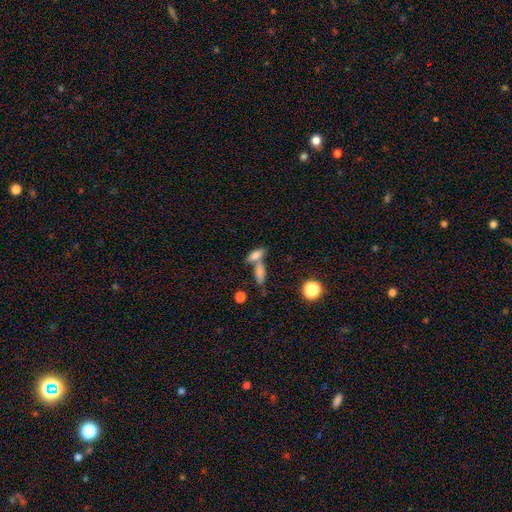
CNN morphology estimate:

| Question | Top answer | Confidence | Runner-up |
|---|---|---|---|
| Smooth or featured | smooth | 74% | featured or disk (17%) |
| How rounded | in between | 62% | cigar-shaped (33%) |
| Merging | merger | 48% | none (40%) |